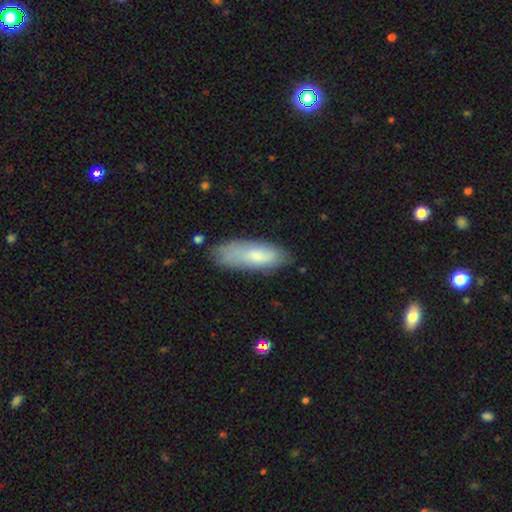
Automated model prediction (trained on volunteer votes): smooth-or-featured: smooth: 76% | featured or disk: 18% | star or artifact: 6%
  how-rounded: in between: 65% | cigar-shaped: 33% | round: 2%
  merging: none: 66% | minor disturbance: 25% | major disturbance: 7% | merger: 3%